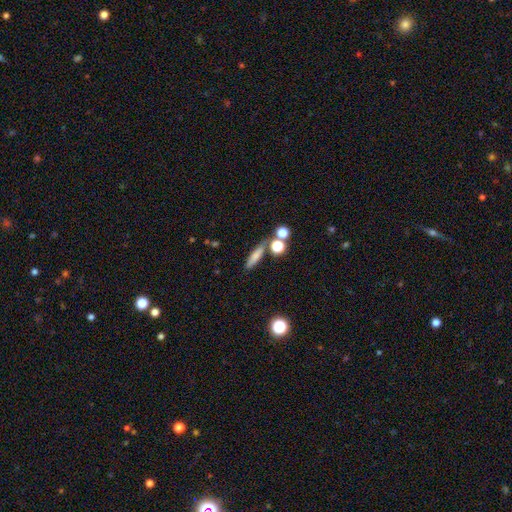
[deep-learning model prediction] Smooth or featured?
  - smooth: 72% *
  - featured or disk: 16%
  - star or artifact: 12%
How rounded?
  - cigar-shaped: 68% *
  - in between: 23%
  - round: 9%
Merging?
  - none: 69% *
  - merger: 14%
  - minor disturbance: 12%
  - major disturbance: 5%